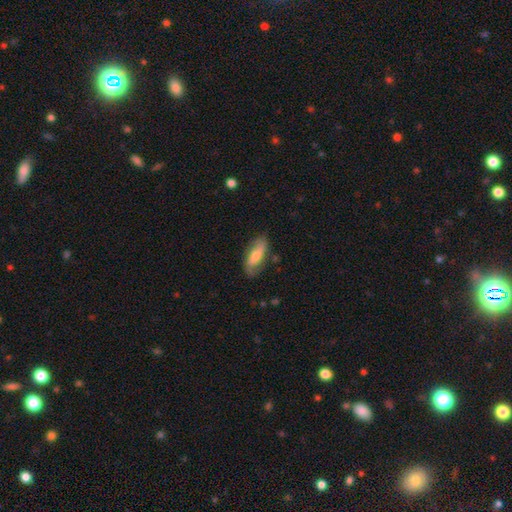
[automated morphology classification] Smooth or featured? smooth (56%)
How rounded? in between (65%)
Merging? none (76%)